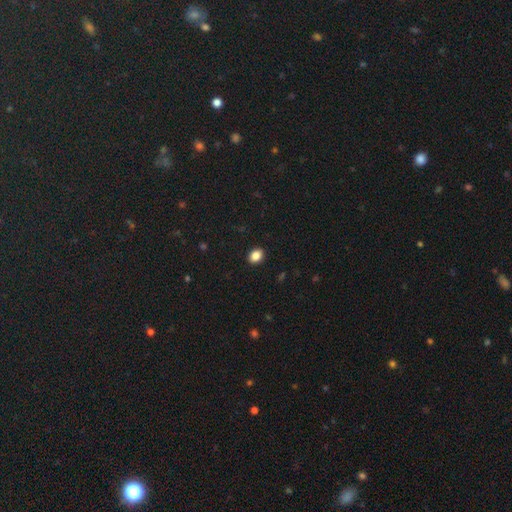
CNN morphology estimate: Smooth or featured?
  - smooth: 86% *
  - star or artifact: 9%
  - featured or disk: 4%
How rounded?
  - in between: 63% *
  - round: 36%
  - cigar-shaped: 1%
Merging?
  - none: 91% *
  - minor disturbance: 7%
  - major disturbance: 2%
  - merger: 1%